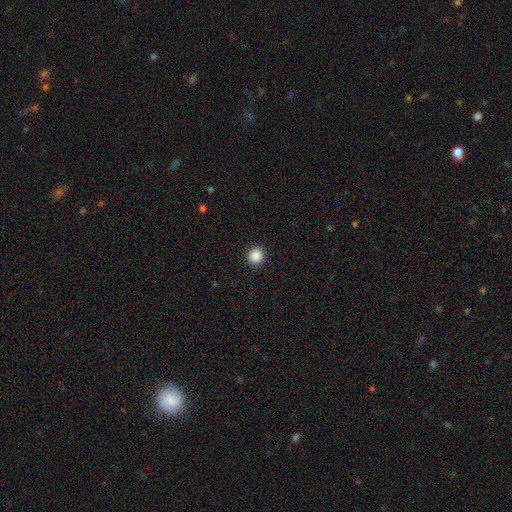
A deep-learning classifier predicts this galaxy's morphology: This appears to be a smooth galaxy with no disk features (88%) that is round (91%). Merging: none (92%).